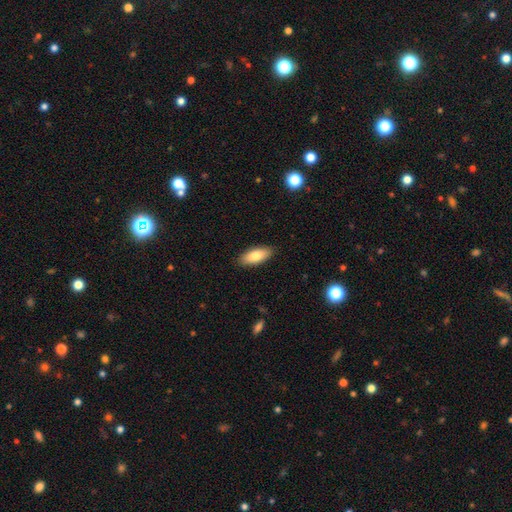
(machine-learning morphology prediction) A smooth galaxy with no disk features (81%) that is in between round and cigar-shaped (82%). Merging: none (89%).